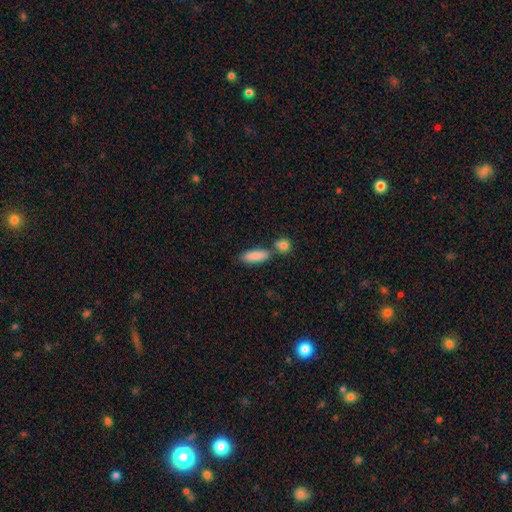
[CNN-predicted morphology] smooth-or-featured: smooth: 87% | featured or disk: 7% | star or artifact: 6%
  how-rounded: in between: 65% | cigar-shaped: 32% | round: 3%
  merging: none: 67% | merger: 18% | minor disturbance: 12% | major disturbance: 3%